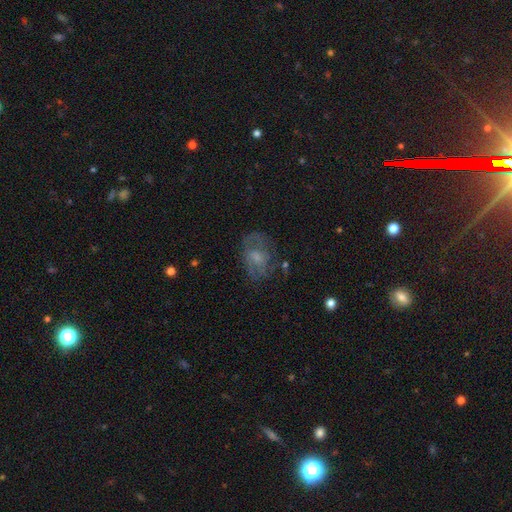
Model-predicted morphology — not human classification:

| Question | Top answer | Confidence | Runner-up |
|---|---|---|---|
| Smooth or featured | featured or disk | 47% | smooth (33%) |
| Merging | none | 66% | minor disturbance (20%) |